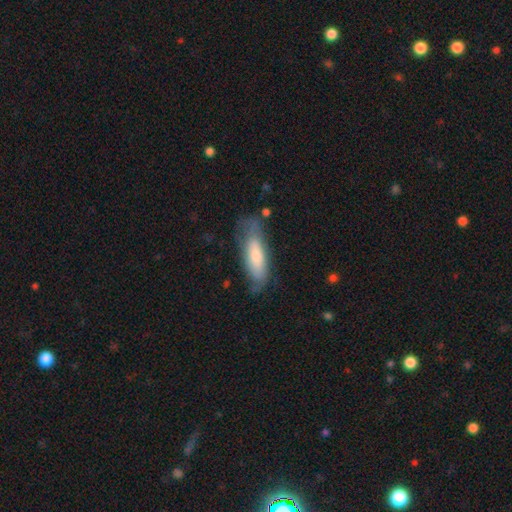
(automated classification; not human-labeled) Smooth or featured? Predicted: smooth (p=0.60). How rounded? Predicted: in between (p=0.52). Merging? Predicted: none (p=0.59).